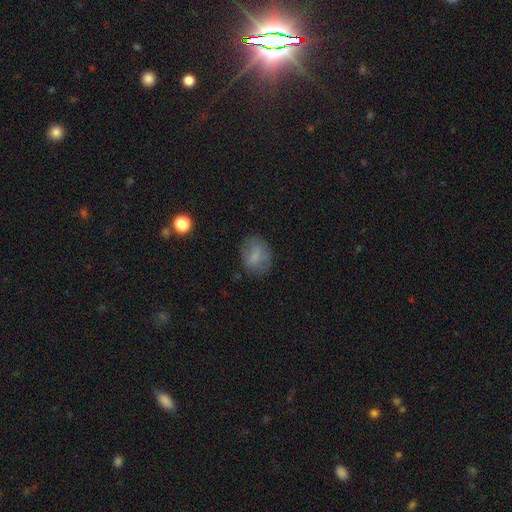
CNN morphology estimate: Smooth or featured? smooth (73%)
How rounded? in between (54%)
Merging? none (73%)